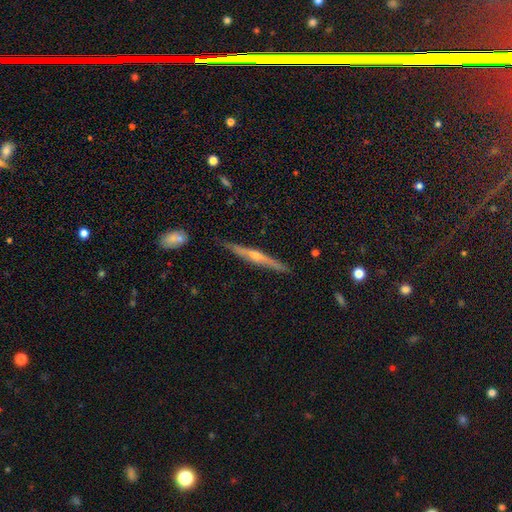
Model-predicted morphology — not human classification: smooth-or-featured: featured or disk: 73% | smooth: 20% | star or artifact: 6%
  disk-edge-on: yes: 97% | no: 3%
    edge-on-bulge: rounded: 83% | none: 13% | boxy: 5%
  merging: none: 87% | minor disturbance: 10% | major disturbance: 2% | merger: 2%